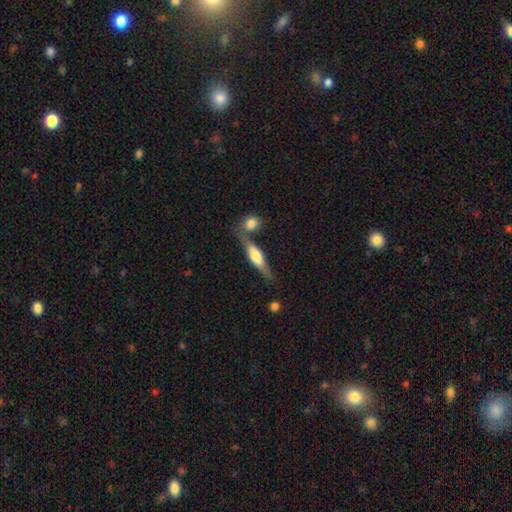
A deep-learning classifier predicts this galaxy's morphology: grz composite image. It shows a featured or disk galaxy (58%) viewed edge-on (91%) with a rounded central bulge (78%). Merging: none (60%).